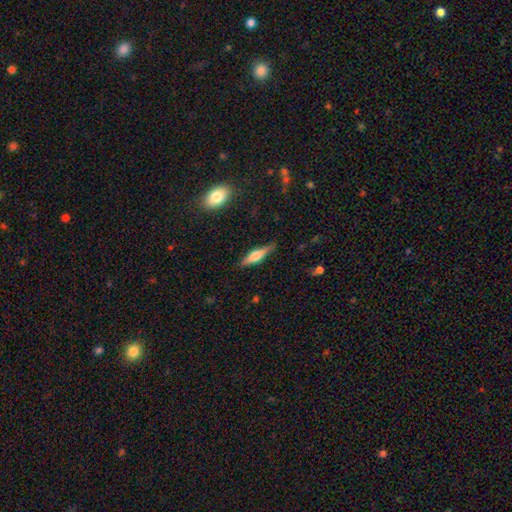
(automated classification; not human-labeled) This appears to be a featured or disk galaxy (51%) viewed edge-on (95%). Merging: none (85%).